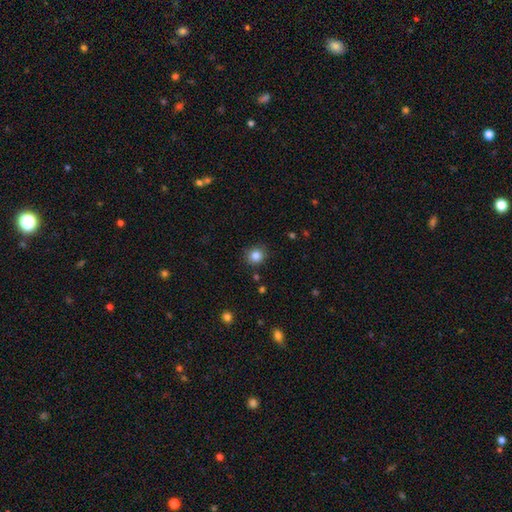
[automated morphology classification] type=smooth (84%); roundness=round (86%); merging=none (88%).